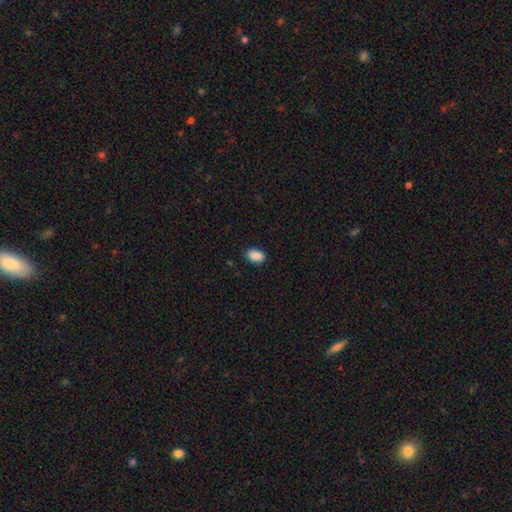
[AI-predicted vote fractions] Smooth or featured? Predicted: smooth (p=0.90). How rounded? Predicted: in between (p=0.89). Merging? Predicted: none (p=0.87).